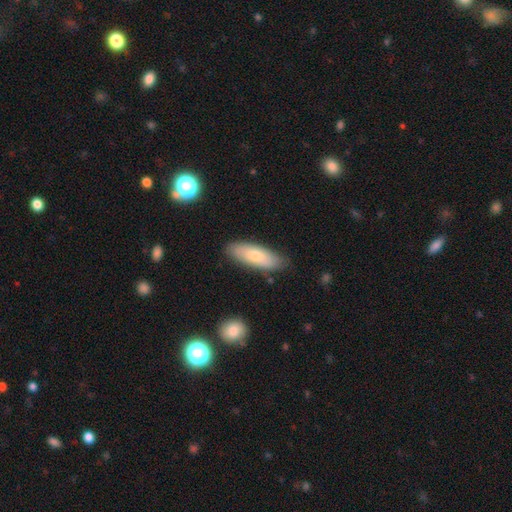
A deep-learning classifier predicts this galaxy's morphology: type=smooth (74%); roundness=in between (65%); merging=none (83%).